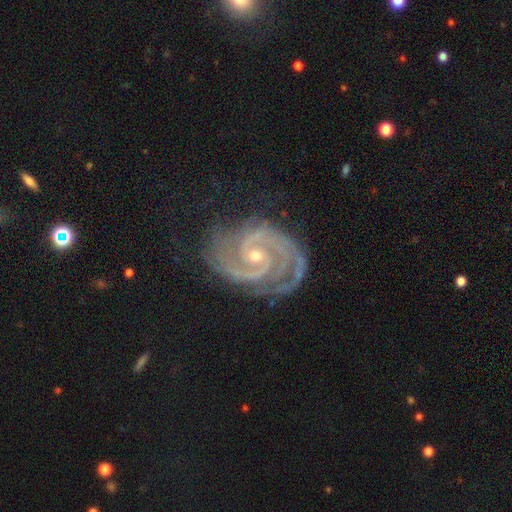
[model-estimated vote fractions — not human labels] The model was most divided on "bar": no: 52%, weak: 36%, strong: 12%. More confident: spiral arms — yes (99%); edge-on disk — no (98%); smooth or featured — featured or disk (93%); merging — none (69%); spiral winding — tight (65%); spiral arm count — 2 (59%); bulge size — small (57%).